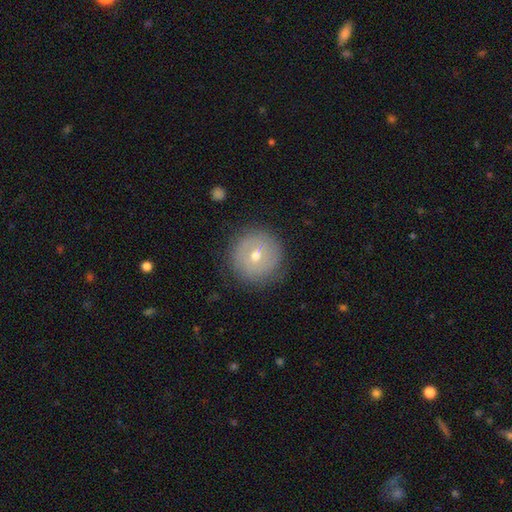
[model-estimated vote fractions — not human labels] Smooth or featured: smooth — 52% (featured or disk — 38%)
How rounded: round — 95% (in between — 4%)
Merging: none — 85% (minor disturbance — 10%)